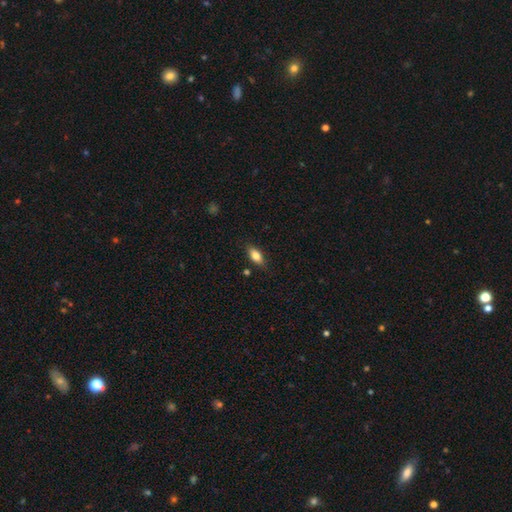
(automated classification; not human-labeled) Smooth or featured?
  - smooth: 78% *
  - featured or disk: 14%
  - star or artifact: 8%
How rounded?
  - in between: 84% *
  - cigar-shaped: 11%
  - round: 4%
Merging?
  - none: 83% *
  - minor disturbance: 13%
  - major disturbance: 3%
  - merger: 2%